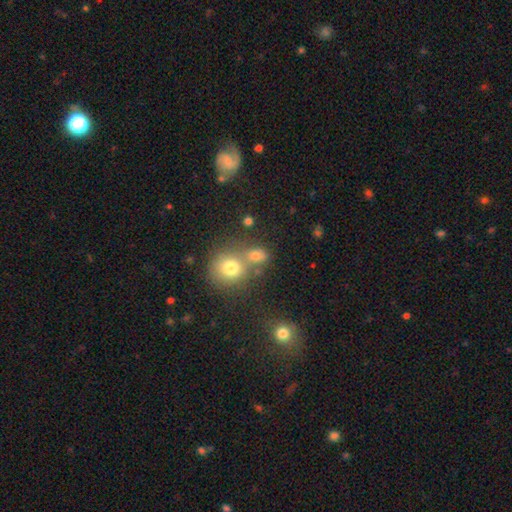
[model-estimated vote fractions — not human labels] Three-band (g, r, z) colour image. It shows a smooth galaxy with no disk features (73%) that is round (53%). Merging: none (48%).